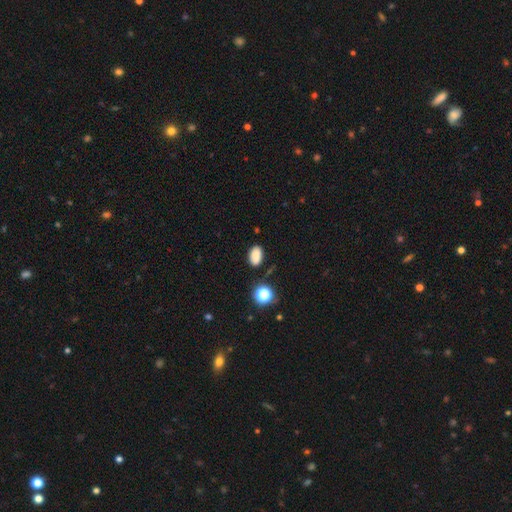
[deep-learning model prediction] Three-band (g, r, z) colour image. It shows a smooth galaxy with no disk features (79%) that is in between round and cigar-shaped (86%). Merging: none (77%).